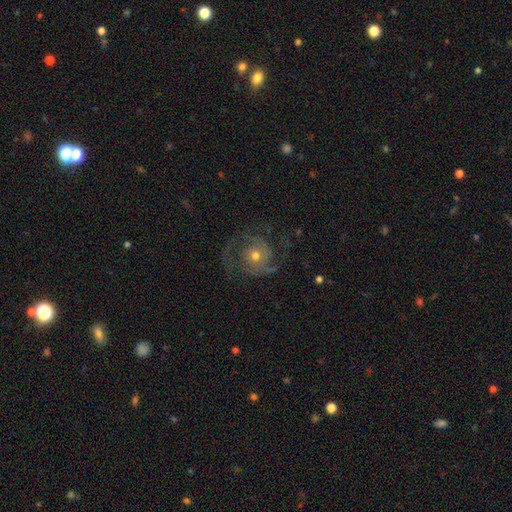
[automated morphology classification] smooth-or-featured: featured or disk: 81% | smooth: 12% | star or artifact: 7%
  disk-edge-on: no: 98% | yes: 2%
    bar: no: 78% | weak: 18% | strong: 4%
    has-spiral-arms: yes: 93% | no: 7%
      spiral-winding: medium: 51% | tight: 27% | loose: 22%
      spiral-arm-count: 2: 70% | 3: 10% | can't tell: 9% | 1: 5% | 4: 3% | more than 4: 3%
    bulge-size: moderate: 60% | small: 34% | large: 3% | none: 1% | dominant: 1%
  merging: none: 64% | major disturbance: 18% | minor disturbance: 16% | merger: 2%